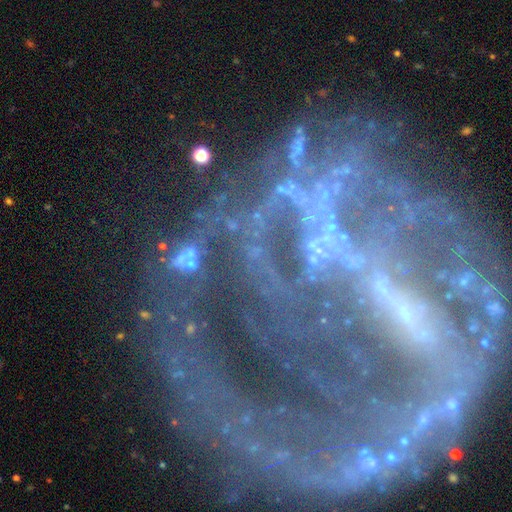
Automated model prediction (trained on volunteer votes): Q: Smooth or featured?
A: featured or disk (51%); runner-up: star or artifact (36%)
Q: Edge-on disk?
A: no (95%); runner-up: yes (5%)
Q: Merging?
A: none (49%); runner-up: major disturbance (24%)